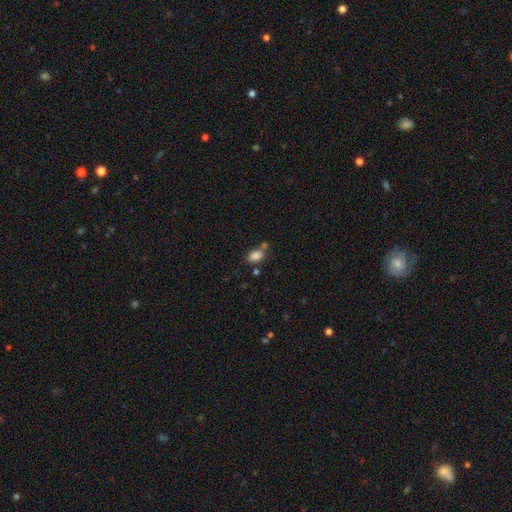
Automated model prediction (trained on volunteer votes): Morphology: type=smooth (85%); roundness=in between (74%); merging=none (61%).